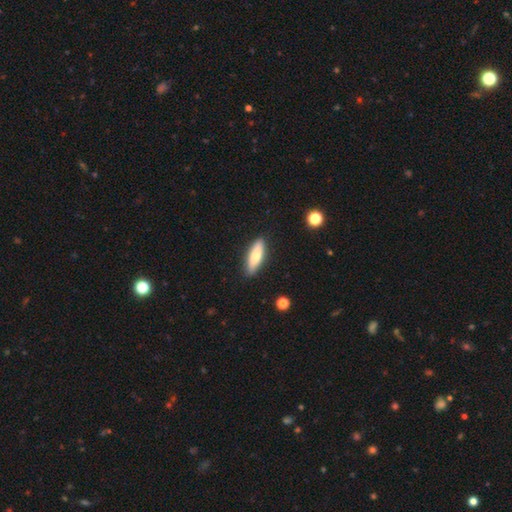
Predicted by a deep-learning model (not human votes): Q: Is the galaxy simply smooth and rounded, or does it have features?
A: smooth — 72%.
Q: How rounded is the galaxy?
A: cigar-shaped — 56%.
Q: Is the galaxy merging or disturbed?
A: none — 88%.